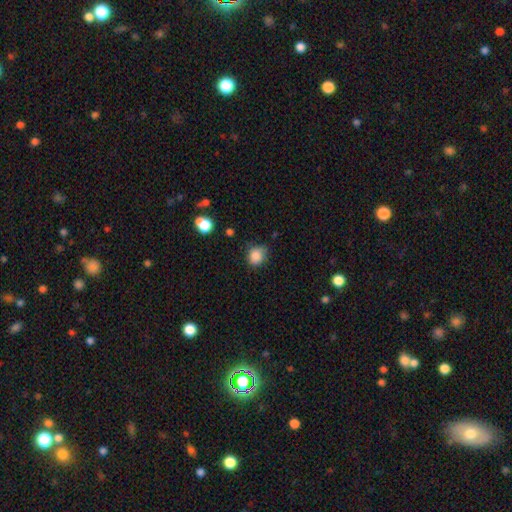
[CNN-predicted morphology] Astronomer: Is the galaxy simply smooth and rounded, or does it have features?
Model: smooth — 85%.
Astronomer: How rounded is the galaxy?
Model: round — 75%.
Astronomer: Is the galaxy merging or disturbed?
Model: none — 66%.